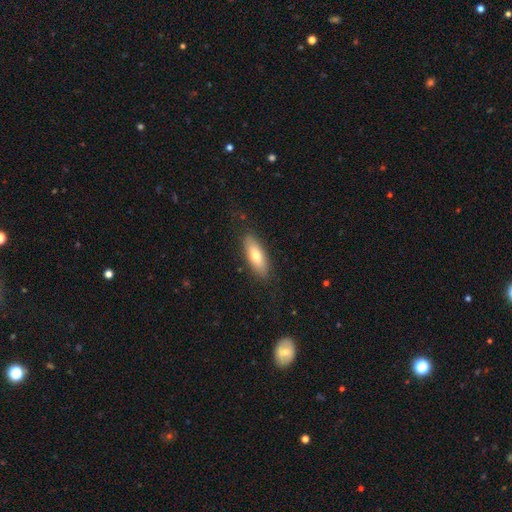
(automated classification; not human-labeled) Overall: smooth (70%). How rounded: in between (70%). Merging: none (84%).